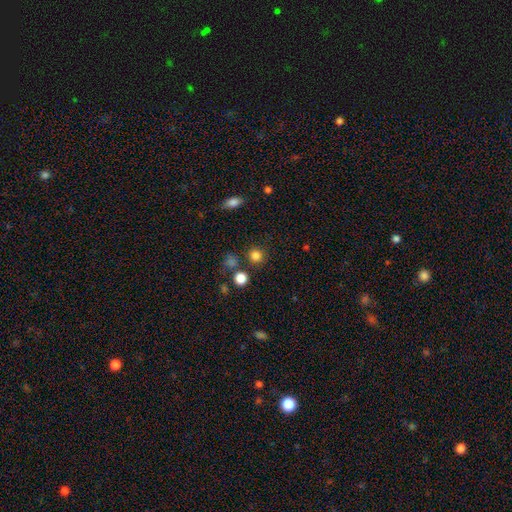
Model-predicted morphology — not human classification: smooth_or_featured: smooth (p=0.82) [alt: star or artifact p=0.14]
how_rounded: round (p=0.91) [alt: in between p=0.08]
merging: none (p=0.83) [alt: minor disturbance p=0.08]